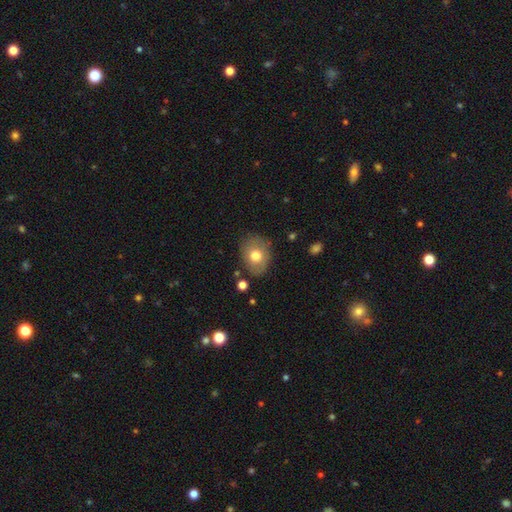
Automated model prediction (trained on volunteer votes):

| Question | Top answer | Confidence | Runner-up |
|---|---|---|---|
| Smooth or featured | smooth | 72% | featured or disk (20%) |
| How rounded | in between | 56% | round (43%) |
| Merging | none | 80% | minor disturbance (14%) |